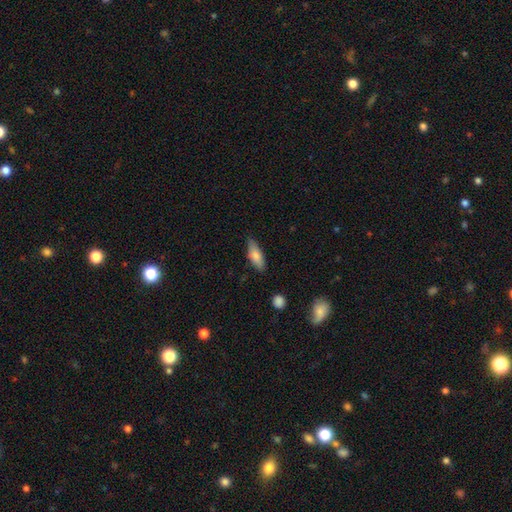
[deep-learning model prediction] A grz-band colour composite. It shows a smooth galaxy with no disk features (76%) that is in between round and cigar-shaped (63%). Merging: none (79%).